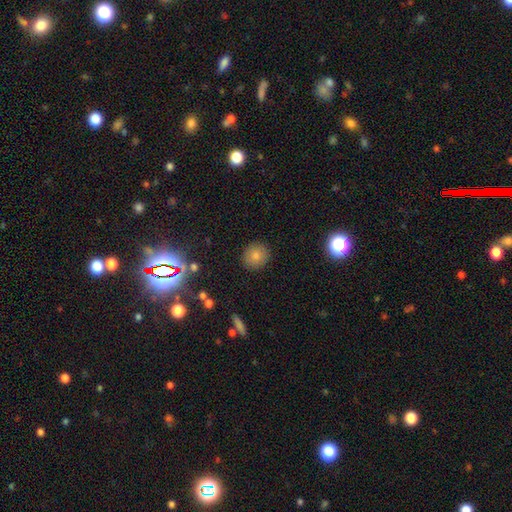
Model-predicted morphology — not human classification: Overall: smooth (80%). How rounded: round (86%). Merging: none (89%).